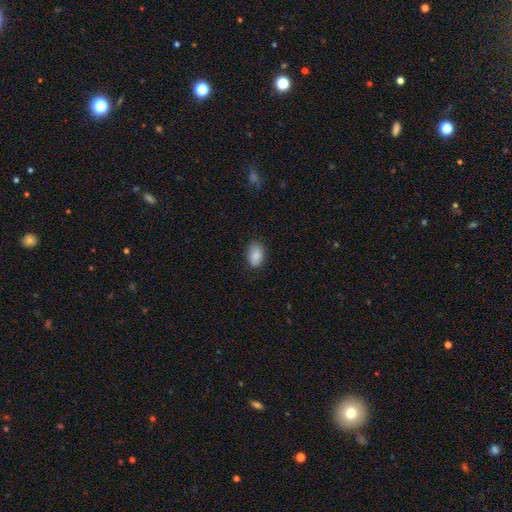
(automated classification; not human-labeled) Smooth or featured? smooth (87%)
How rounded? in between (86%)
Merging? none (80%)